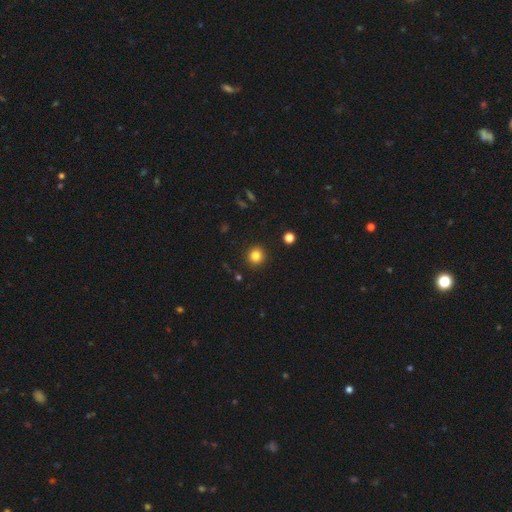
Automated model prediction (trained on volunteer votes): Smooth or featured? smooth (83%)
How rounded? round (92%)
Merging? none (91%)